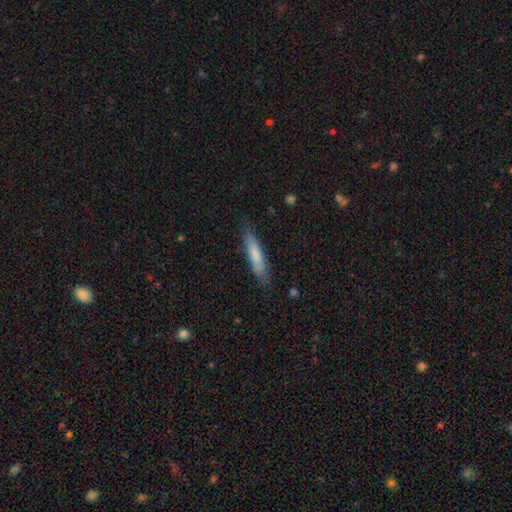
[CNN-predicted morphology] Overall: smooth (76%). How rounded: cigar-shaped (82%). Merging: none (81%).